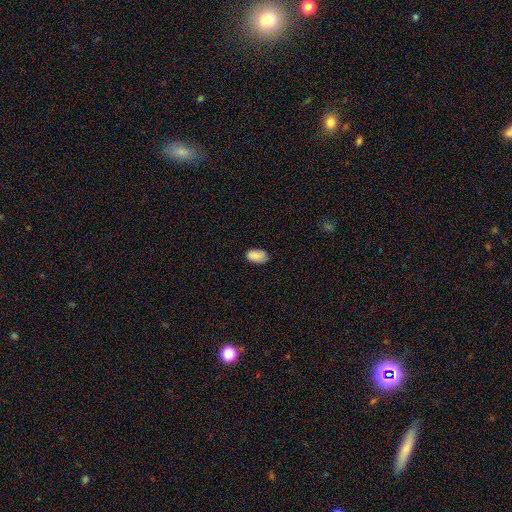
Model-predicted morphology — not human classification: A smooth galaxy with no disk features (87%) that is in between round and cigar-shaped (94%).

Vote fractions:
- Smooth or featured? smooth: 87% / star or artifact: 7% / featured or disk: 6%
- How rounded? in between: 94% / round: 4% / cigar-shaped: 2%
- Merging? none: 78% / minor disturbance: 18% / major disturbance: 3% / merger: 1%